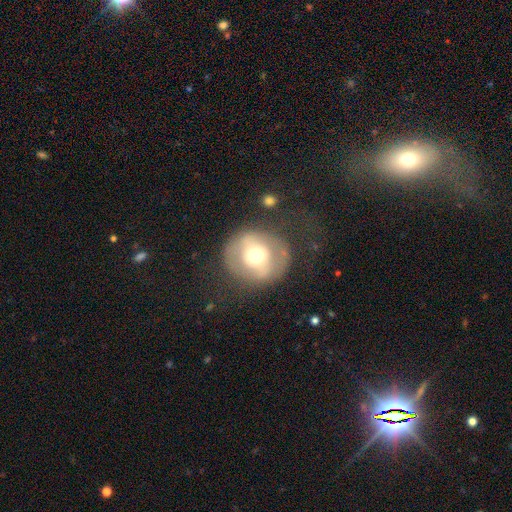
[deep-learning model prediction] Smooth or featured? Predicted: featured or disk (p=0.46). Merging? Predicted: none (p=0.69).